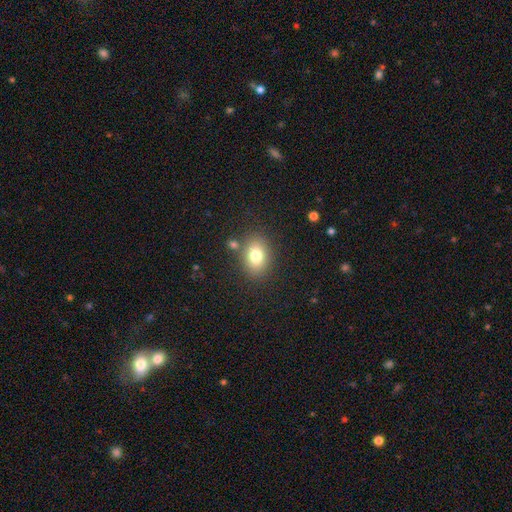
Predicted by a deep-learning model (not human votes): A smooth galaxy with no disk features (79%) that is in between round and cigar-shaped (70%).

Vote fractions:
- Smooth or featured? smooth: 79% / featured or disk: 11% / star or artifact: 10%
- How rounded? in between: 70% / round: 29% / cigar-shaped: 1%
- Merging? none: 79% / minor disturbance: 11% / merger: 6% / major disturbance: 4%